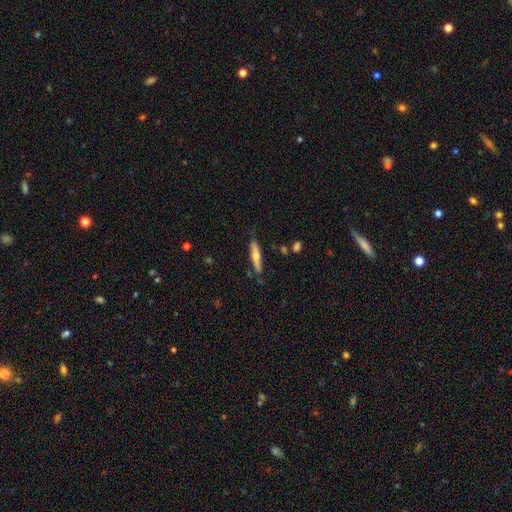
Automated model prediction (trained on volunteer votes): Morphology: type=smooth (48%); merging=none (82%).